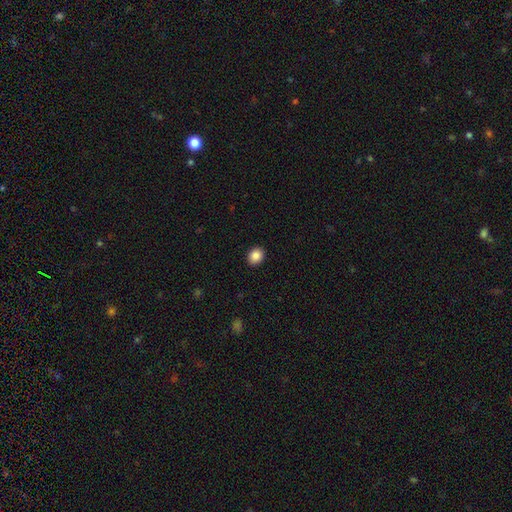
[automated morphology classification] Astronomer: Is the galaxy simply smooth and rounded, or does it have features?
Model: smooth — 87%.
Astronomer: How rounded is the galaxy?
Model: round — 54% (runner-up: in between, 45%).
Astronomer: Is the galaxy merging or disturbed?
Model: none — 92%.